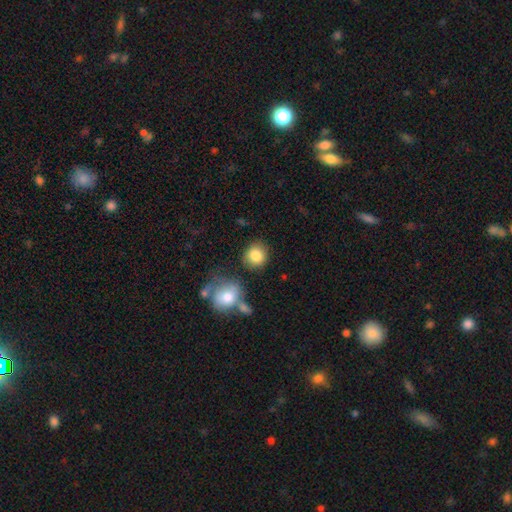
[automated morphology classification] Smooth or featured? smooth (84%)
How rounded? round (82%)
Merging? none (80%)